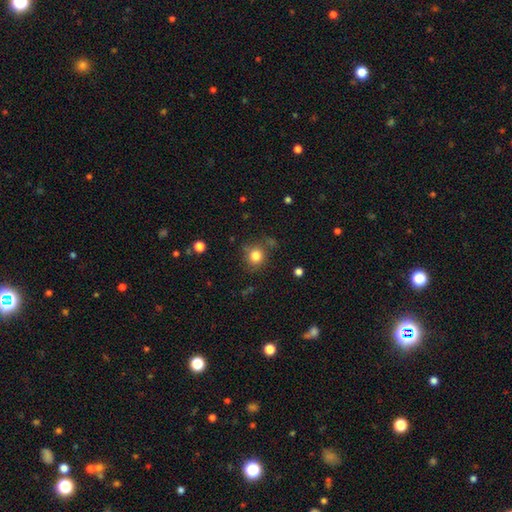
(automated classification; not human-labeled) Smooth or featured? Predicted: smooth (p=0.82). How rounded? Predicted: round (p=0.83). Merging? Predicted: none (p=0.75).